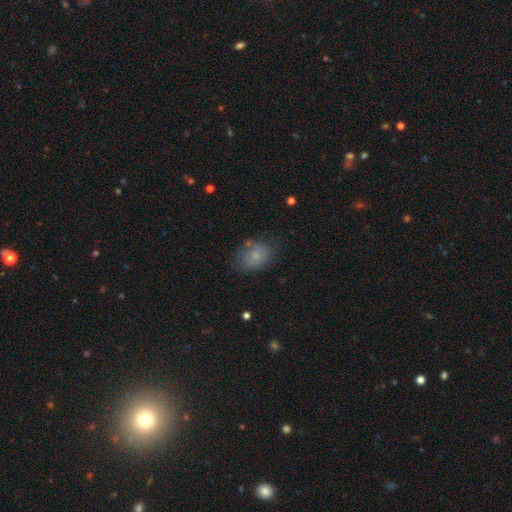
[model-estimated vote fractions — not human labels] smooth 76%, featured or disk 13%, star or artifact 11%. Down the decision tree: how rounded — in between (71%); merging — none (70%).